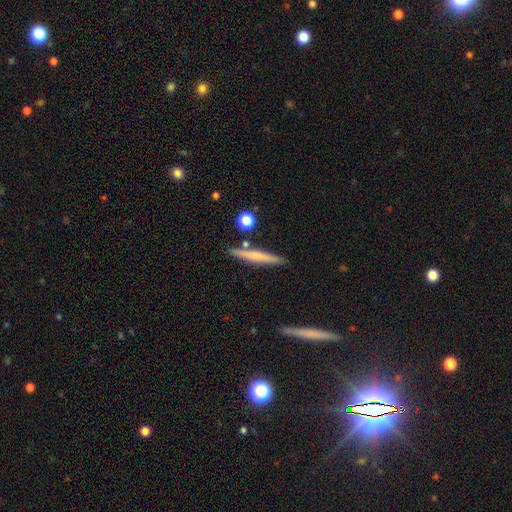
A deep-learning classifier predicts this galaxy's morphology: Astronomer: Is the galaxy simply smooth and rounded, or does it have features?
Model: smooth — 56% (runner-up: featured or disk, 38%).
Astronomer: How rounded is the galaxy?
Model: cigar-shaped — 93%.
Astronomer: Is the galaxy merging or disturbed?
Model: none — 84%.